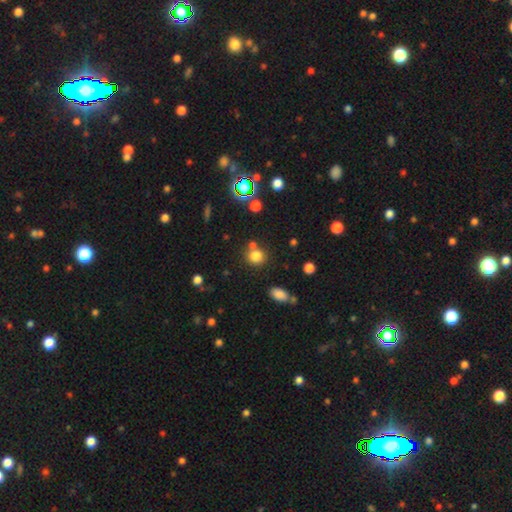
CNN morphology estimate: This is likely a smooth galaxy (76%). How rounded: clearly round (86%). Merging: likely none (66%).